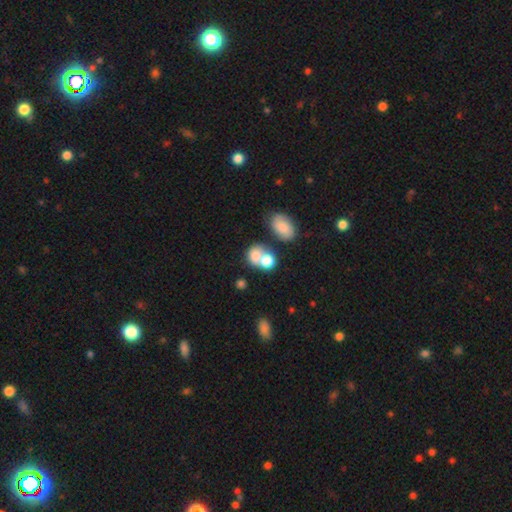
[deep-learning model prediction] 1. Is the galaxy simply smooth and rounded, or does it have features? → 73% smooth, 16% featured or disk, 11% star or artifact.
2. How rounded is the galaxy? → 57% round, 42% in between, 1% cigar-shaped.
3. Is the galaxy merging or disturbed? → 60% merger, 28% none, 8% minor disturbance, 5% major disturbance.